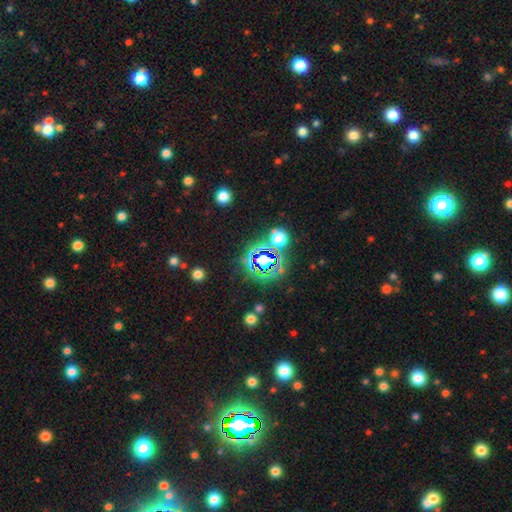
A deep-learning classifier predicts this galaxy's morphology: This is likely a star or artifact rather than a galaxy (74%).